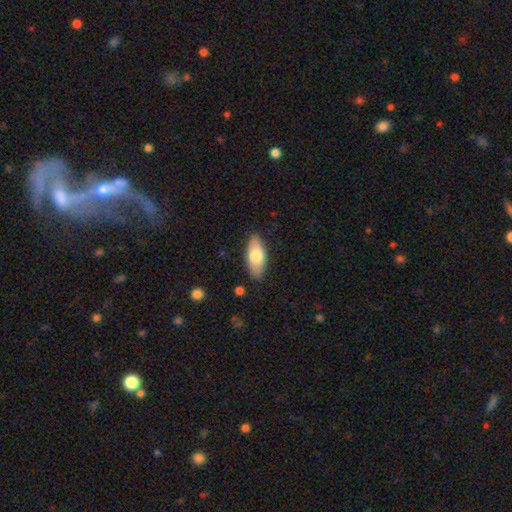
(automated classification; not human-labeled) smooth-or-featured: smooth: 74% | featured or disk: 21% | star or artifact: 6%
  how-rounded: in between: 84% | cigar-shaped: 14% | round: 2%
  merging: none: 86% | minor disturbance: 11% | major disturbance: 2% | merger: 1%